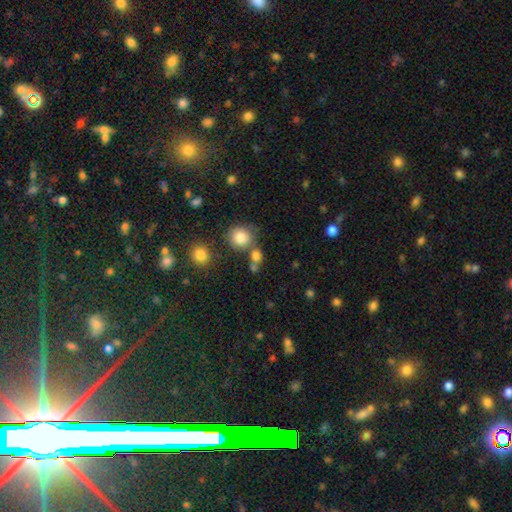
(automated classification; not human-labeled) Smooth or featured: smooth — 78% (star or artifact — 14%)
How rounded: round — 71% (in between — 27%)
Merging: none — 55% (merger — 29%)